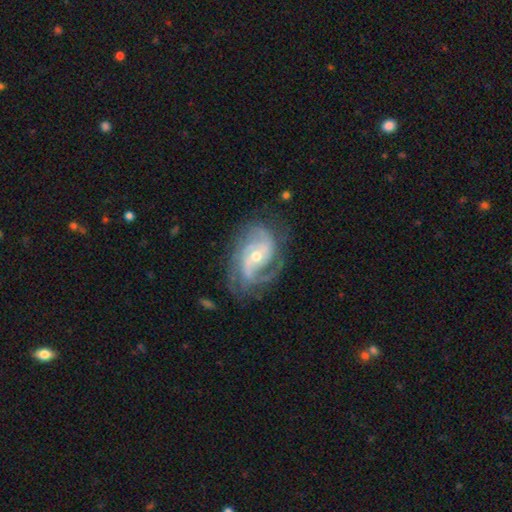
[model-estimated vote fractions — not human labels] A featured or disk galaxy (90%) with no bar (43%), 2 (43%) medium (45%) spiral arms (97%) and a moderate central bulge (54%). Merging: none (69%).